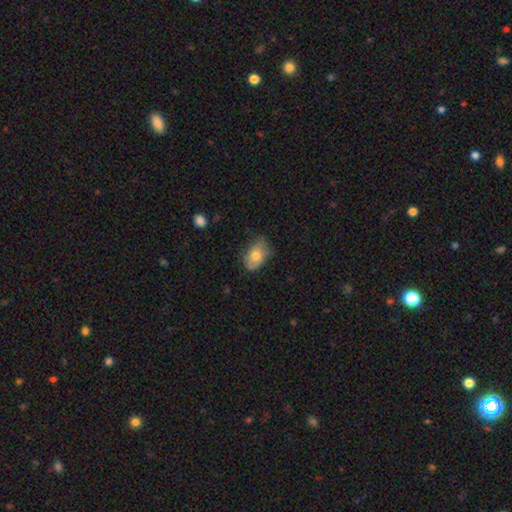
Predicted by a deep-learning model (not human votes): Smooth or featured?
  - smooth: 70% *
  - featured or disk: 22%
  - star or artifact: 7%
How rounded?
  - in between: 87% *
  - round: 11%
  - cigar-shaped: 2%
Merging?
  - none: 59% *
  - minor disturbance: 31%
  - major disturbance: 8%
  - merger: 2%